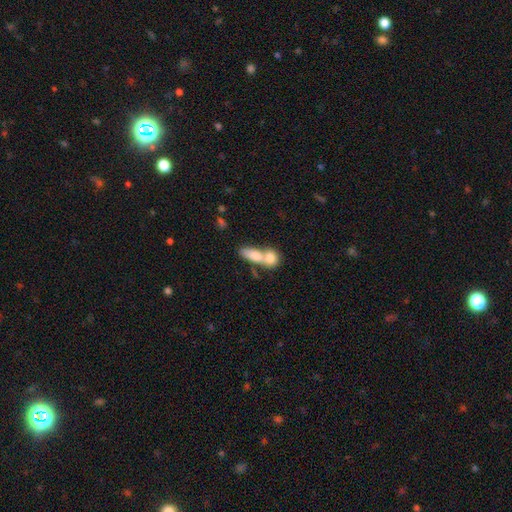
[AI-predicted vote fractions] Smooth or featured?
  - smooth: 74% *
  - featured or disk: 19%
  - star or artifact: 7%
How rounded?
  - in between: 62% *
  - round: 21%
  - cigar-shaped: 17%
Merging?
  - merger: 69% *
  - none: 21%
  - minor disturbance: 6%
  - major disturbance: 4%